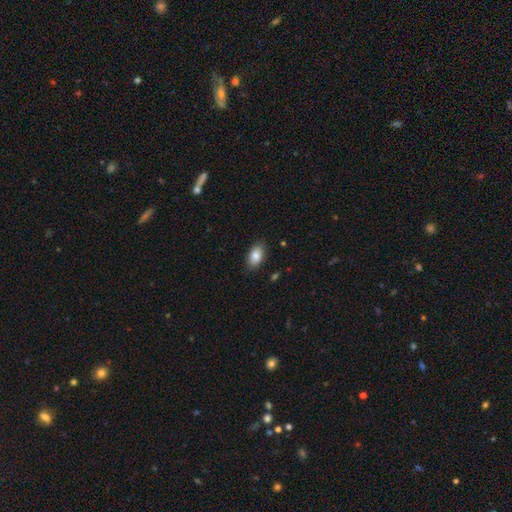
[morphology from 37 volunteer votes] smooth_or_featured: smooth (p=0.89) [alt: featured or disk p=0.11]
how_rounded: in between (p=0.94) [alt: round p=0.03]
merging: none (p=0.86) [alt: minor disturbance p=0.11]